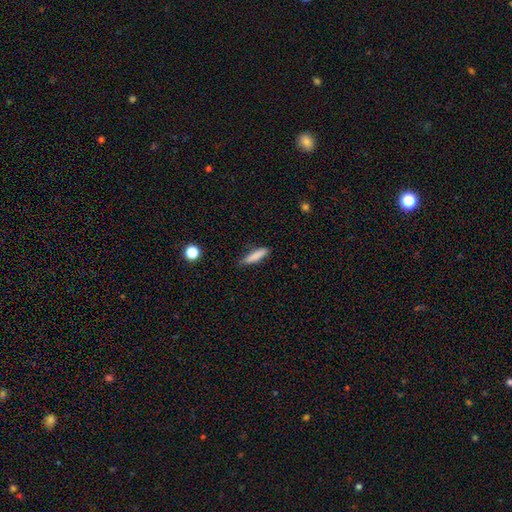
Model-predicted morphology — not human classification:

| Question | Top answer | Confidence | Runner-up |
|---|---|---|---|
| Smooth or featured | smooth | 83% | featured or disk (10%) |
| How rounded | cigar-shaped | 80% | in between (19%) |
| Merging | none | 76% | minor disturbance (19%) |